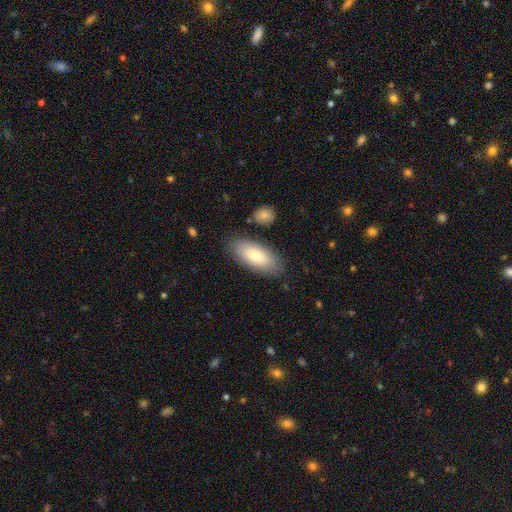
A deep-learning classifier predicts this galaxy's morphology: This is clearly a smooth galaxy (80%). How rounded: clearly in between (86%). Merging: clearly none (82%).